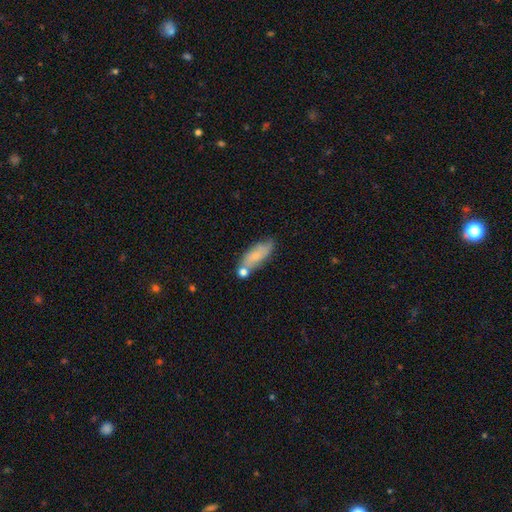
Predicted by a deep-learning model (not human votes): Smooth or featured? Predicted: smooth (p=0.64). How rounded? Predicted: in between (p=0.67). Merging? Predicted: none (p=0.55).